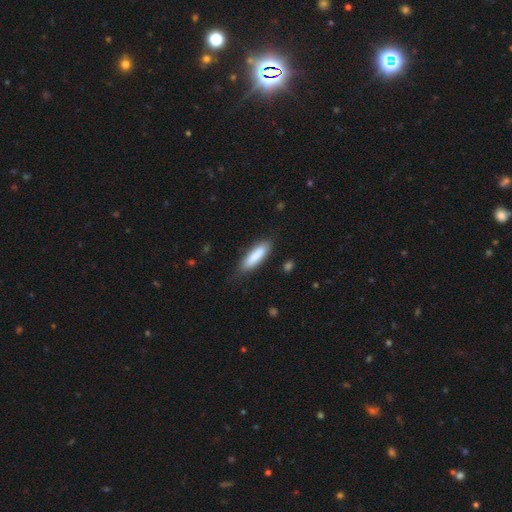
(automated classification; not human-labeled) The model was most divided on "how rounded": cigar-shaped: 58%, in between: 41%, round: 1%. More confident: smooth or featured — smooth (83%); merging — none (78%).